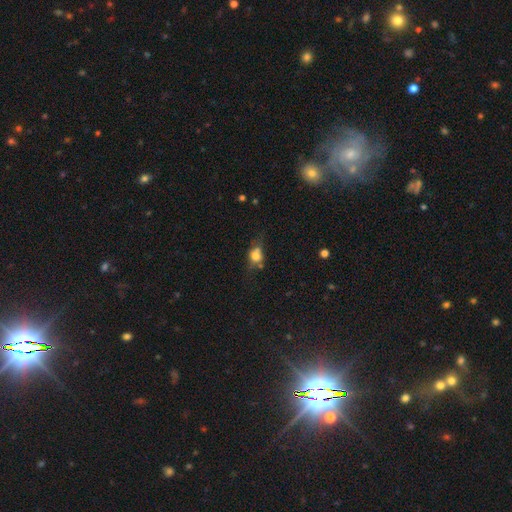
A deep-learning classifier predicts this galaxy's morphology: This appears to be a smooth galaxy with no disk features (62%) that is in between round and cigar-shaped (49%). Merging: none (50%).